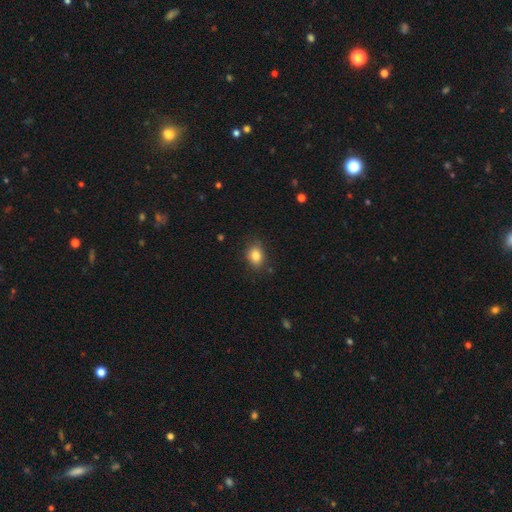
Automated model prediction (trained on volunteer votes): smooth_or_featured: smooth (p=0.83) [alt: star or artifact p=0.10]
how_rounded: in between (p=0.61) [alt: round p=0.38]
merging: none (p=0.83) [alt: minor disturbance p=0.13]